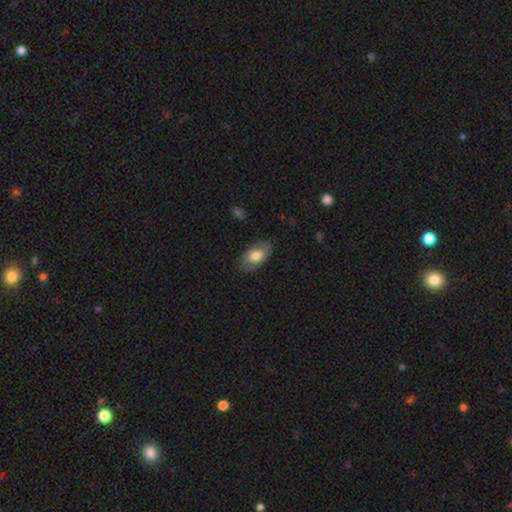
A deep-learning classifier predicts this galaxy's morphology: The model was most divided on "smooth or featured": smooth: 70%, featured or disk: 24%, star or artifact: 6%. More confident: how rounded — in between (93%); merging — none (77%).